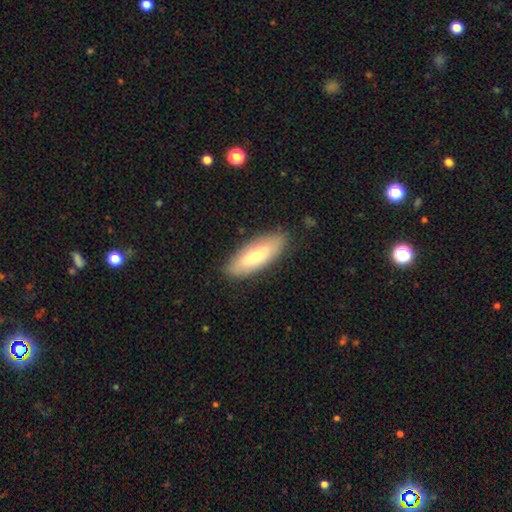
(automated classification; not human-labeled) A smooth galaxy with no disk features (68%) that is in between round and cigar-shaped (65%). Merging: none (86%).